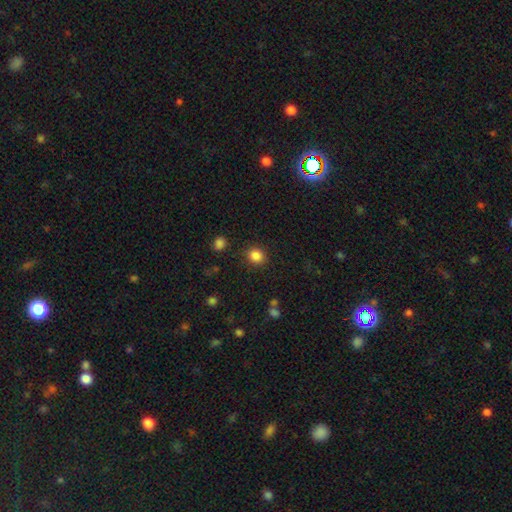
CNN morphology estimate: smooth-or-featured: smooth: 85% | star or artifact: 11% | featured or disk: 4%
  how-rounded: round: 79% | in between: 20% | cigar-shaped: 1%
  merging: none: 87% | minor disturbance: 8% | major disturbance: 3% | merger: 2%